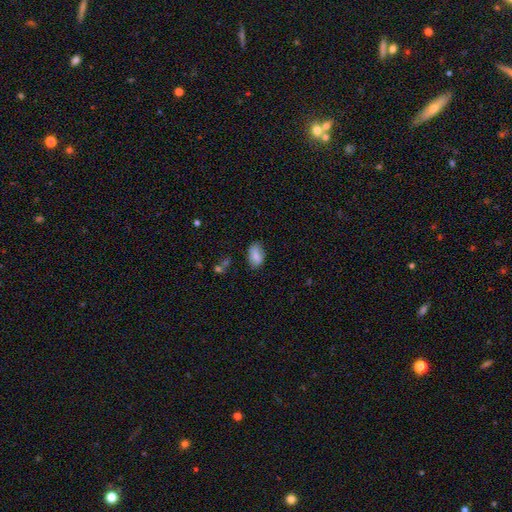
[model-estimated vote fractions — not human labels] smooth_or_featured: smooth (p=0.77) [alt: featured or disk p=0.15]
how_rounded: in between (p=0.90) [alt: round p=0.08]
merging: none (p=0.77) [alt: minor disturbance p=0.17]